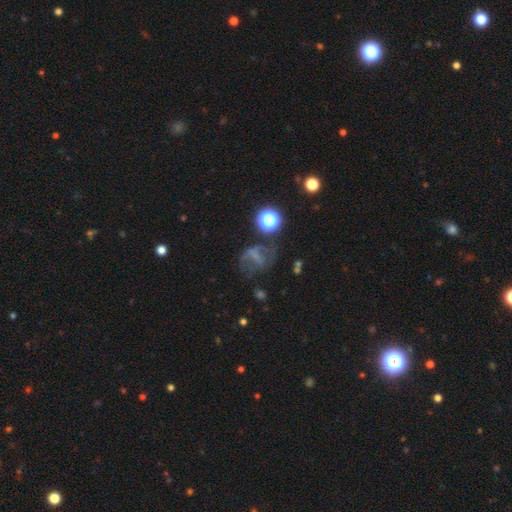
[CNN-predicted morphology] Q: Smooth or featured?
A: featured or disk (36%); runner-up: smooth (34%)
Q: Merging?
A: none (48%); runner-up: major disturbance (27%)